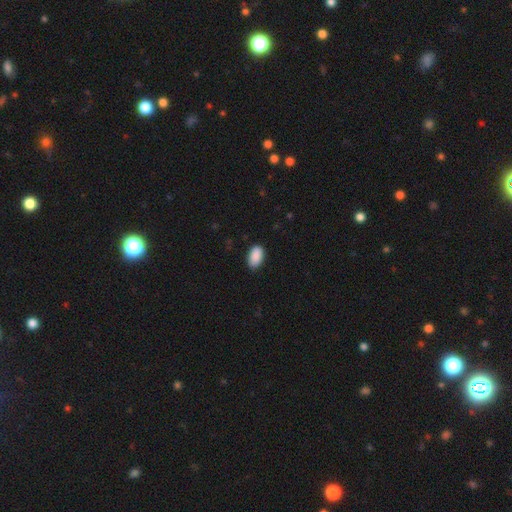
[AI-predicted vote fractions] Smooth or featured? Predicted: smooth (p=0.90). How rounded? Predicted: in between (p=0.93). Merging? Predicted: none (p=0.85).